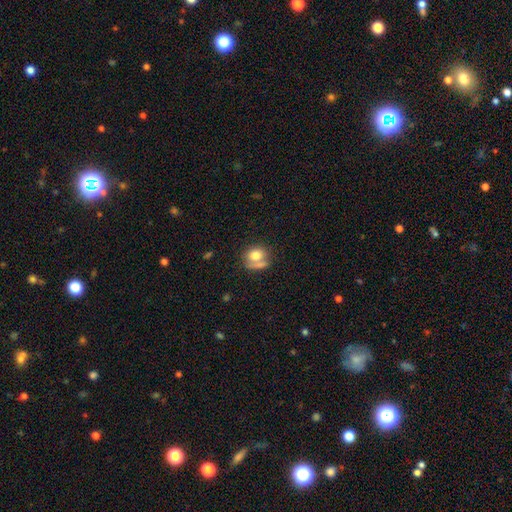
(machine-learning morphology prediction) Smooth or featured?
  - smooth: 75% *
  - featured or disk: 17%
  - star or artifact: 9%
How rounded?
  - round: 58% *
  - in between: 40%
  - cigar-shaped: 2%
Merging?
  - none: 45% *
  - merger: 30%
  - minor disturbance: 16%
  - major disturbance: 10%